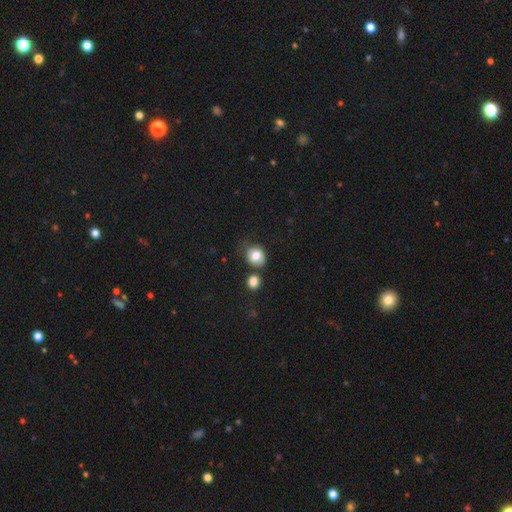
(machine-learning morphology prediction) Smooth or featured?
  - smooth: 80% *
  - featured or disk: 11%
  - star or artifact: 9%
How rounded?
  - round: 71% *
  - in between: 29%
  - cigar-shaped: 1%
Merging?
  - none: 60% *
  - minor disturbance: 20%
  - merger: 13%
  - major disturbance: 7%